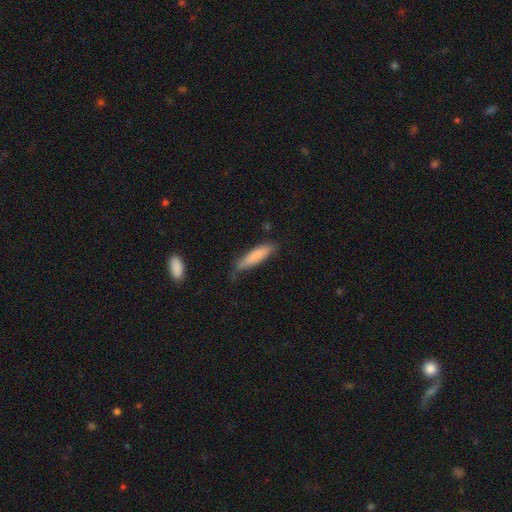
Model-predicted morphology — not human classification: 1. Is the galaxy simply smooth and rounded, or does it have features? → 83% smooth, 12% featured or disk, 6% star or artifact.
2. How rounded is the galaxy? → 77% cigar-shaped, 21% in between, 1% round.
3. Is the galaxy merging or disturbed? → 60% none, 30% minor disturbance, 7% major disturbance, 3% merger.